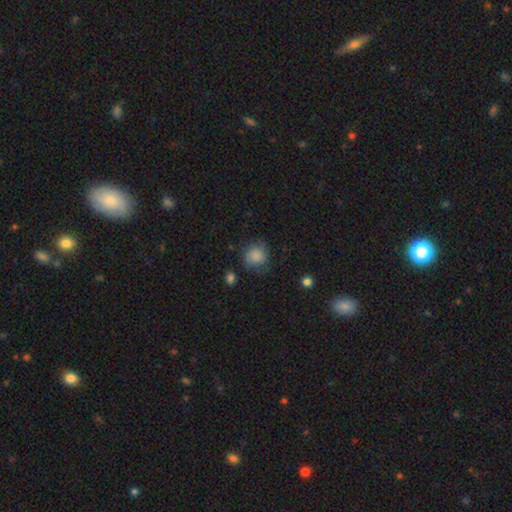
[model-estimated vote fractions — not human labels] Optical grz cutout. It shows a smooth galaxy with no disk features (81%) that is round (81%). Merging: none (66%).